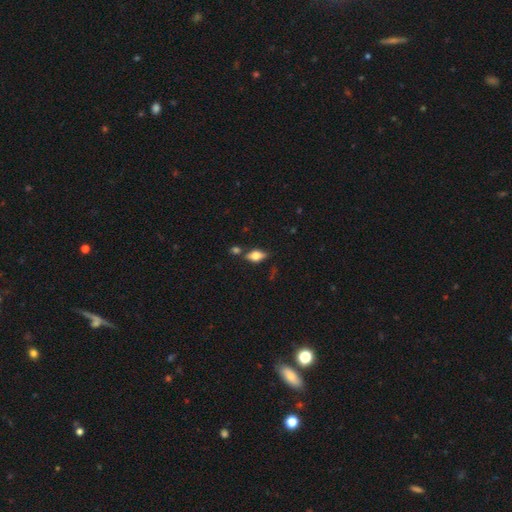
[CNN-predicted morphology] A smooth galaxy with no disk features (56%) that is in between round and cigar-shaped (81%). Merging: none (70%).